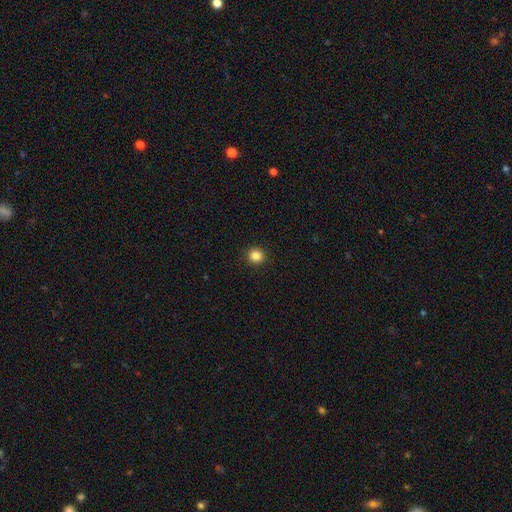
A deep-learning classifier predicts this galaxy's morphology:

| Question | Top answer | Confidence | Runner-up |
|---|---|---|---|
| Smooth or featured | smooth | 85% | star or artifact (11%) |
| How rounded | round | 90% | in between (9%) |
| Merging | none | 93% | minor disturbance (5%) |